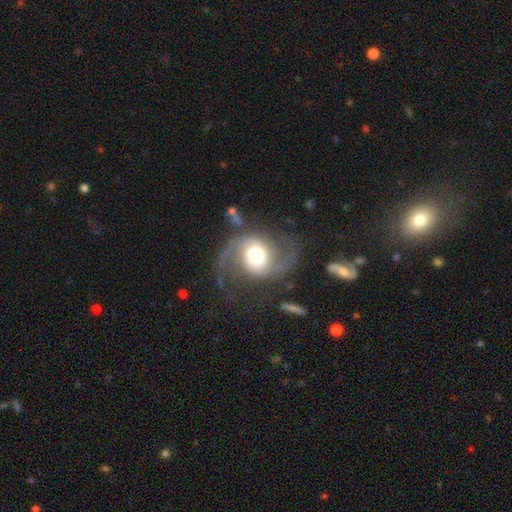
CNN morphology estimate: smooth_or_featured: featured or disk (p=0.87) [alt: smooth p=0.08]
disk_edge_on: no (p=0.98) [alt: yes p=0.02]
bar: no (p=0.60) [alt: weak p=0.29]
has_spiral_arms: yes (p=0.97) [alt: no p=0.03]
spiral_winding: medium (p=0.46) [alt: loose p=0.43]
spiral_arm_count: 2 (p=0.93) [alt: 1 p=0.02]
bulge_size: large (p=0.44) [alt: moderate p=0.34]
merging: none (p=0.63) [alt: major disturbance p=0.17]